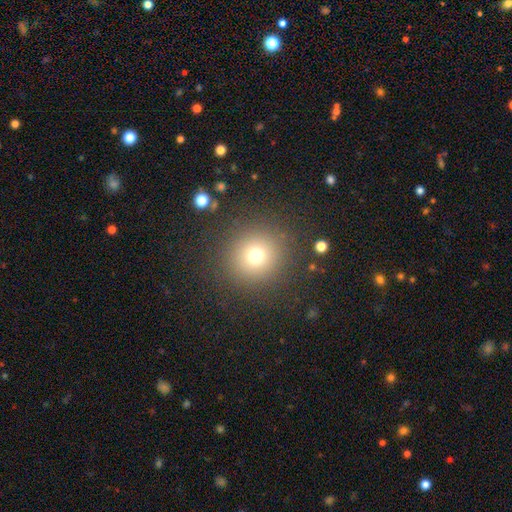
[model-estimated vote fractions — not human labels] This is likely a smooth galaxy (72%). How rounded: clearly round (94%). Merging: clearly none (88%).